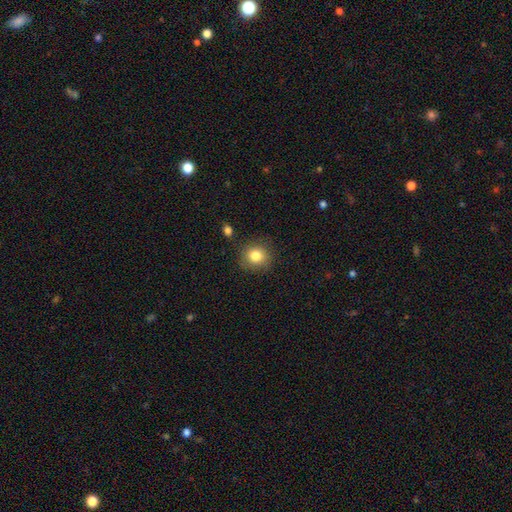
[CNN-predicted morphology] This appears to be a smooth galaxy with no disk features (82%) that is round (88%). Merging: none (85%).